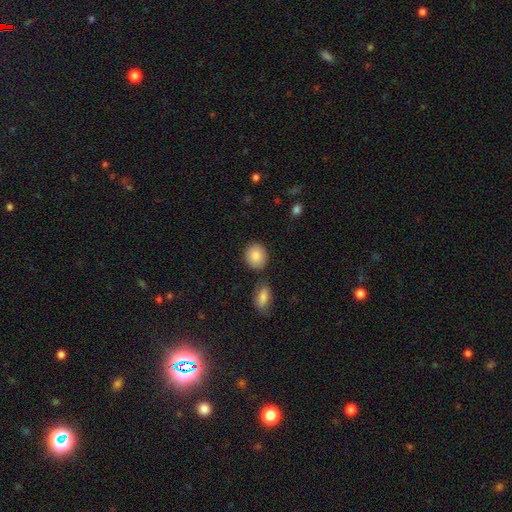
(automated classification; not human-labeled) Morphology: type=smooth (88%); roundness=round (66%); merging=none (78%).